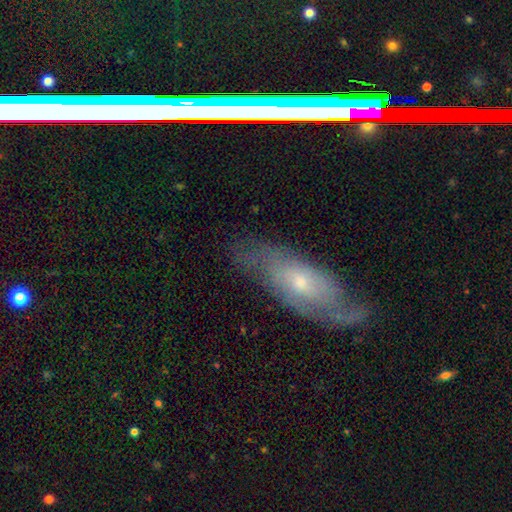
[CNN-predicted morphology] The model was most divided on "smooth or featured": featured or disk: 61%, smooth: 23%, star or artifact: 16%. More confident: edge-on disk — no (73%); merging — none (71%).